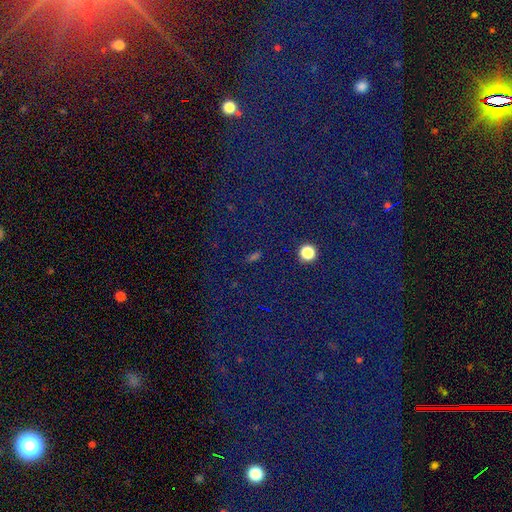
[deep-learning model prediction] star or artifact 82%, featured or disk 9%, smooth 9%.